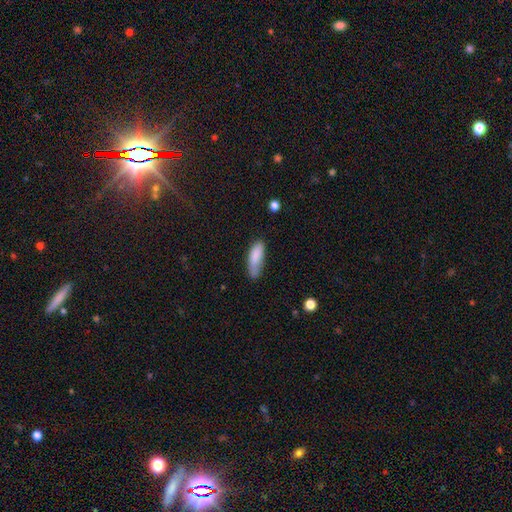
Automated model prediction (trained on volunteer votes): This appears to be a smooth galaxy with no disk features (84%) that is in between round and cigar-shaped (59%). Merging: none (56%).